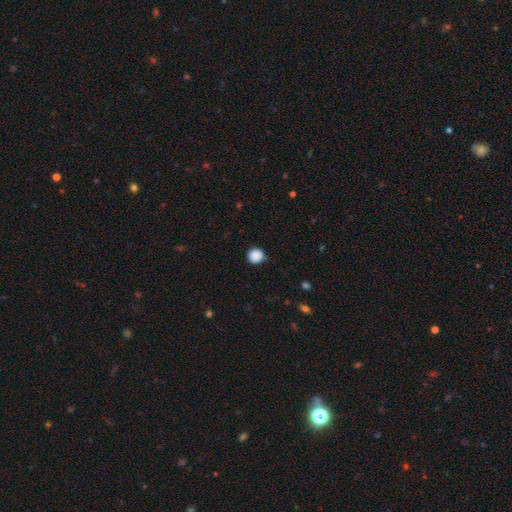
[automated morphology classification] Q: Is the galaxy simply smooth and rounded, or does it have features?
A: smooth — 89%.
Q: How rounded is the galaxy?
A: round — 90%.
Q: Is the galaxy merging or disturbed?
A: none — 87%.